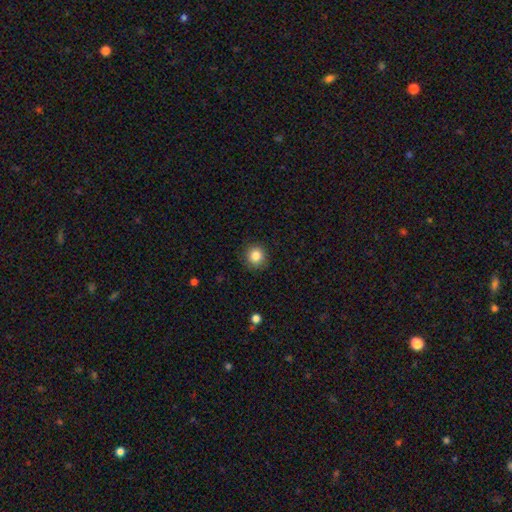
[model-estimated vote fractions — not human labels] Overall: smooth (84%). How rounded: round (92%). Merging: none (89%).